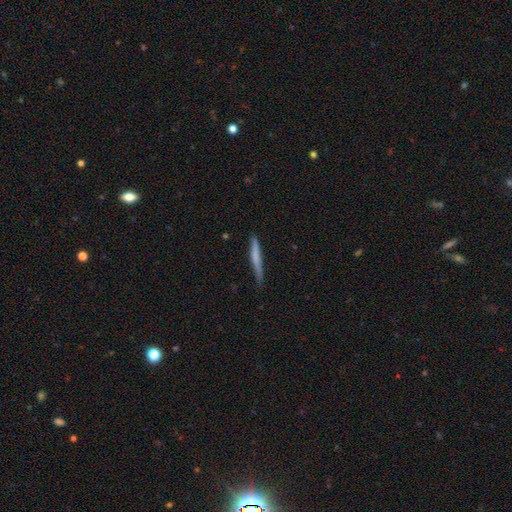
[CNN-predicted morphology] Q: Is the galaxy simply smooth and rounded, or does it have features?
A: smooth — 61%.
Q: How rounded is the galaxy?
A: cigar-shaped — 96%.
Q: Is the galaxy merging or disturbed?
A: none — 79%.